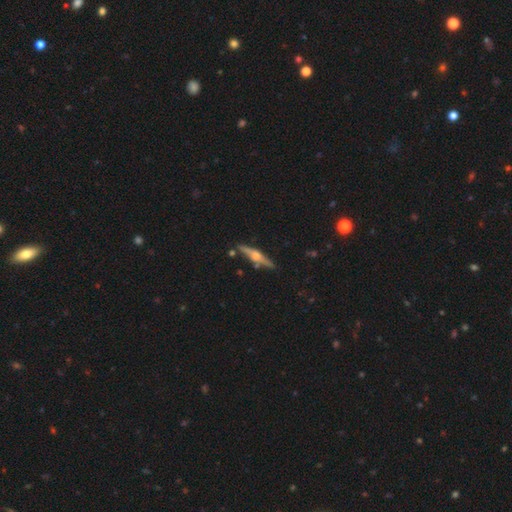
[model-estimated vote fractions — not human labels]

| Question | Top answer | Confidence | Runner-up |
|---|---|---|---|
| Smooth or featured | featured or disk | 75% | smooth (19%) |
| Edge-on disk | yes | 97% | no (3%) |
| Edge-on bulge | rounded | 90% | boxy (7%) |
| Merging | none | 85% | minor disturbance (10%) |